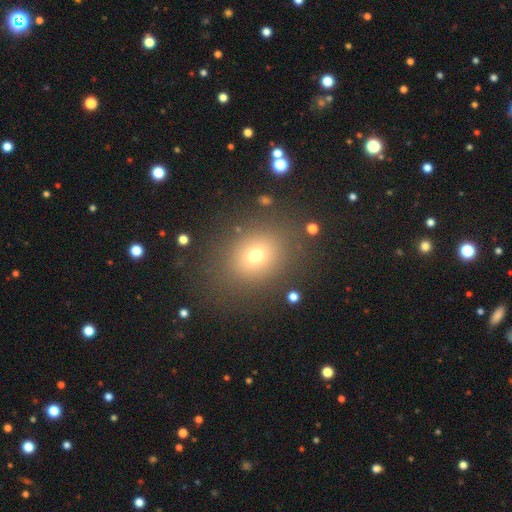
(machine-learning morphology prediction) A smooth galaxy with no disk features (68%) that is round (59%).

Vote fractions:
- Smooth or featured? smooth: 68% / star or artifact: 20% / featured or disk: 12%
- How rounded? round: 59% / in between: 40% / cigar-shaped: 1%
- Merging? none: 82% / minor disturbance: 10% / major disturbance: 6% / merger: 2%